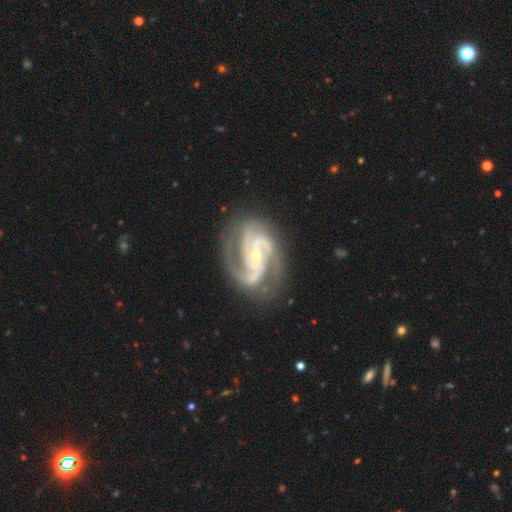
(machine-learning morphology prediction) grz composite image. It shows a featured or disk galaxy (93%) with no bar (46%), 2 (42%) medium (53%) spiral arms (99%) and a small central bulge (67%). Merging: none (71%).